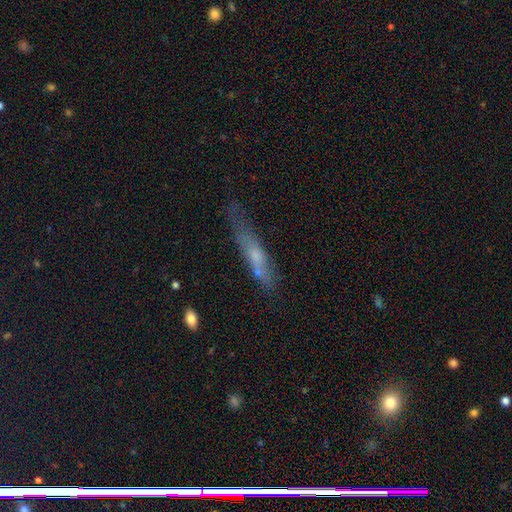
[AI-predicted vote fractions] smooth 51%, featured or disk 39%, star or artifact 9%. Down the decision tree: how rounded — cigar-shaped (85%); merging — none (55%).